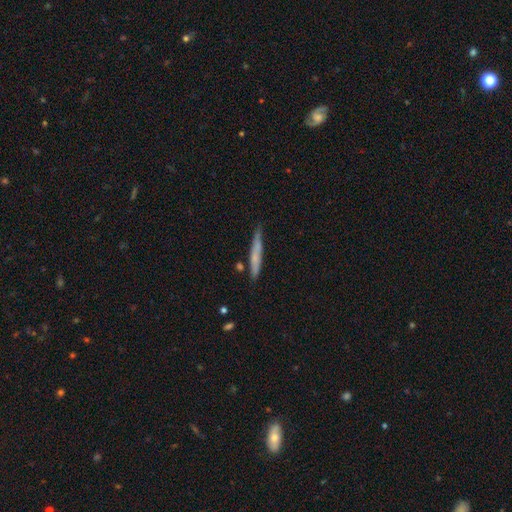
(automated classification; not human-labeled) A smooth galaxy with no disk features (61%) that is cigar-shaped (95%). Merging: none (78%).